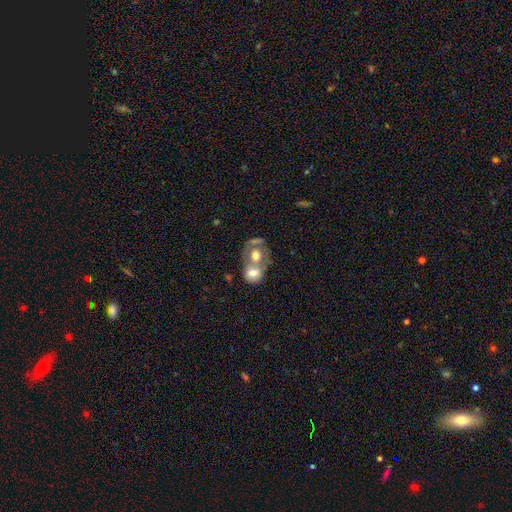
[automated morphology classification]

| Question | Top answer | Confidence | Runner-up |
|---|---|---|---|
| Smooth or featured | smooth | 63% | featured or disk (29%) |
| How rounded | round | 54% | in between (44%) |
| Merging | merger | 72% | none (17%) |